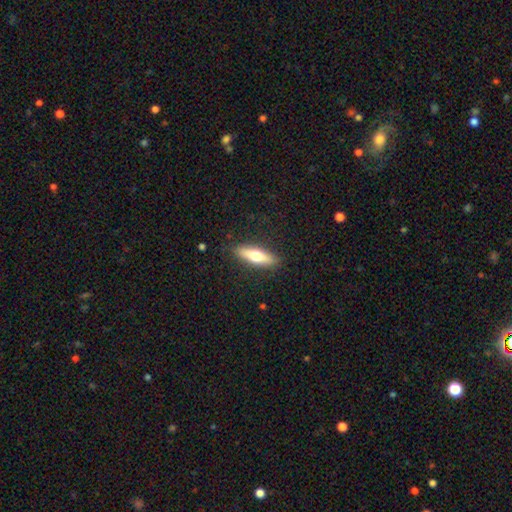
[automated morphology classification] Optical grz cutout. It shows a smooth galaxy with no disk features (57%) that is cigar-shaped (63%). Merging: none (88%).